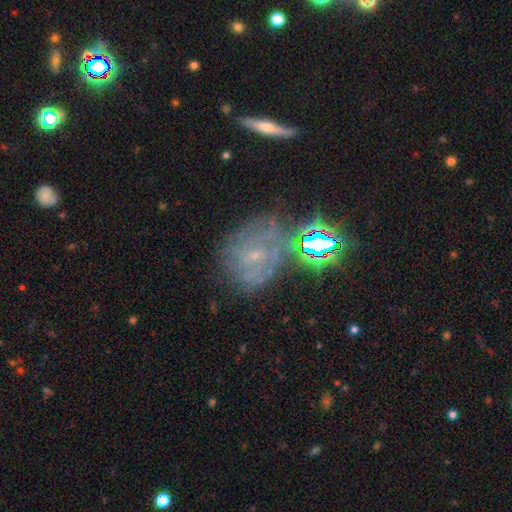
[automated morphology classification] Smooth or featured? Predicted: featured or disk (p=0.60). Edge-on disk? Predicted: no (p=0.93). Bar? Predicted: no (p=0.47). Spiral arms? Predicted: yes (p=0.83). Bulge size? Predicted: small (p=0.77). Merging? Predicted: none (p=0.66).